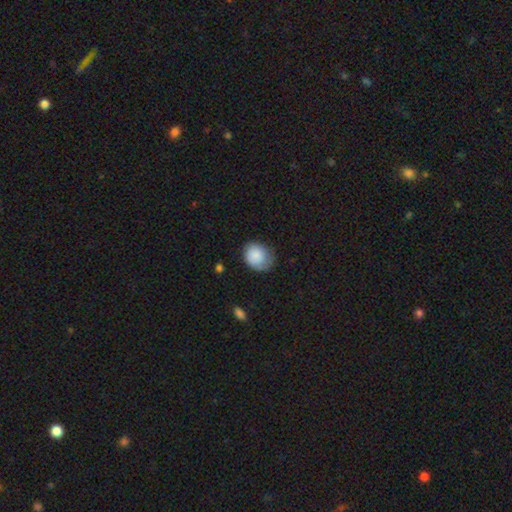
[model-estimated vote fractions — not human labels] A smooth galaxy with no disk features (84%) that is round (62%). Merging: none (58%).